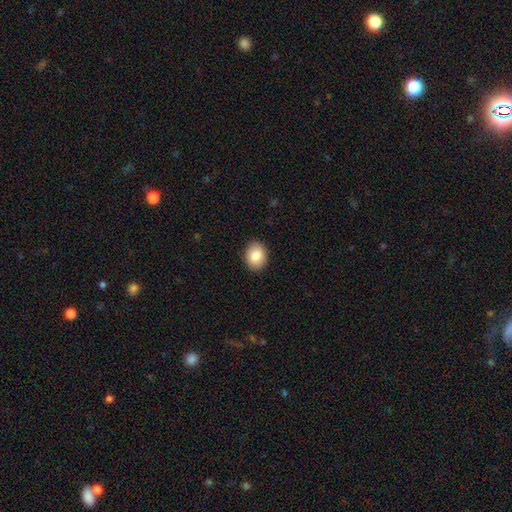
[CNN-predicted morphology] This is clearly a smooth galaxy (84%). How rounded: possibly in between (58%). Merging: clearly none (90%).